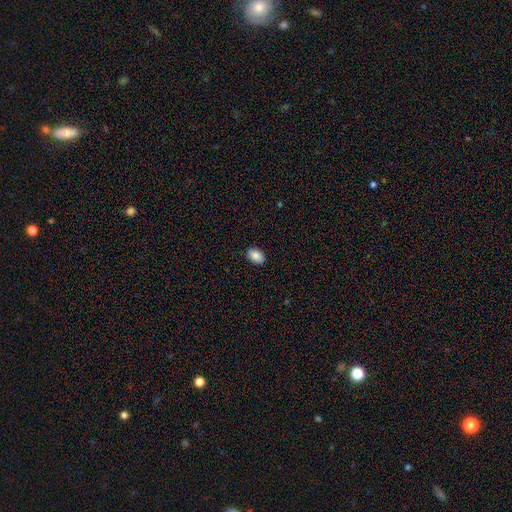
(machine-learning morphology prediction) Smooth or featured? smooth (88%)
How rounded? in between (81%)
Merging? none (88%)